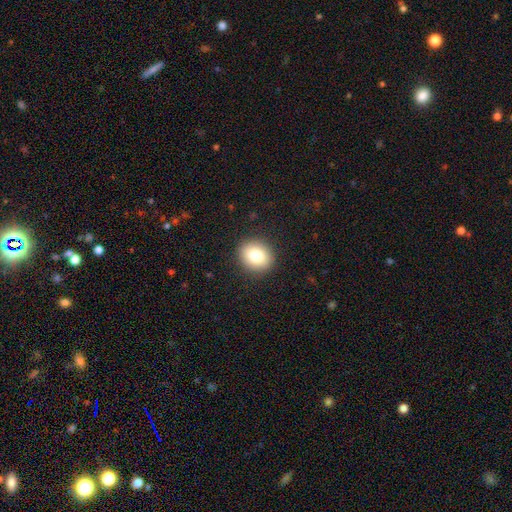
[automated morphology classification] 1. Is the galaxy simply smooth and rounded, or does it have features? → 81% smooth, 10% star or artifact, 9% featured or disk.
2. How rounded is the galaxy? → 71% round, 28% in between, 1% cigar-shaped.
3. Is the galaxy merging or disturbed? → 90% none, 7% minor disturbance, 2% major disturbance, 1% merger.